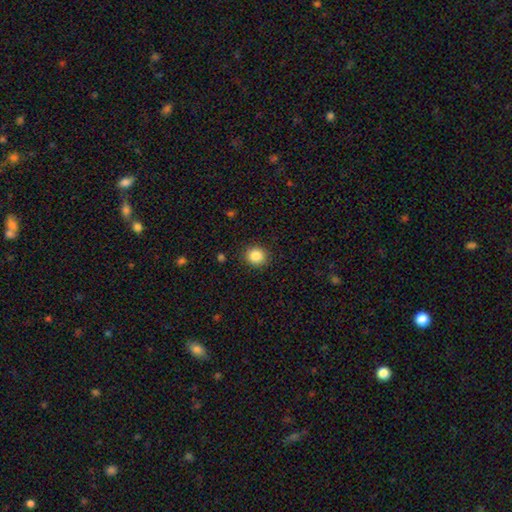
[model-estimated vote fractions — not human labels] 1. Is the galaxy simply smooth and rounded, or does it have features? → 86% smooth, 10% star or artifact, 4% featured or disk.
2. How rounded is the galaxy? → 82% round, 17% in between, 1% cigar-shaped.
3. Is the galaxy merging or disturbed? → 89% none, 7% minor disturbance, 2% major disturbance, 1% merger.